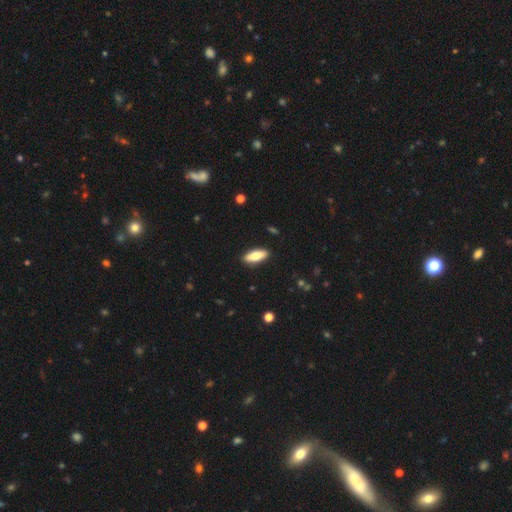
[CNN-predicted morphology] type=smooth (73%); roundness=in between (69%); merging=none (90%).